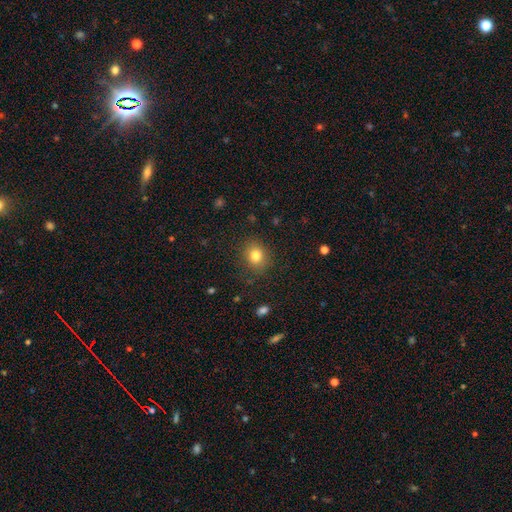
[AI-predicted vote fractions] This is clearly a smooth galaxy (80%). How rounded: likely round (64%). Merging: clearly none (85%).